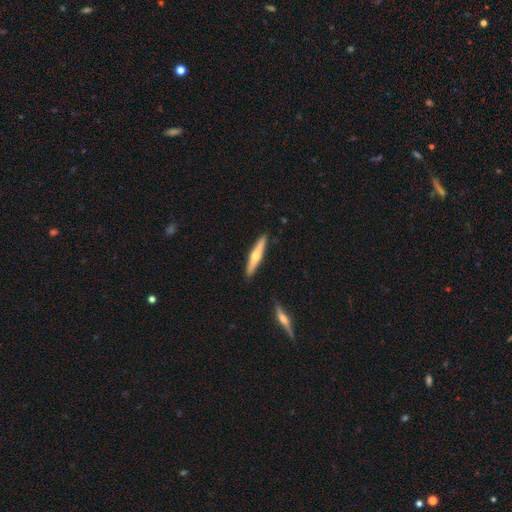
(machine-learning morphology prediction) This is possibly a featured or disk galaxy (53%). It is clearly viewed edge-on (95%). Edge-on bulge: clearly rounded (90%). Merging: clearly none (90%).